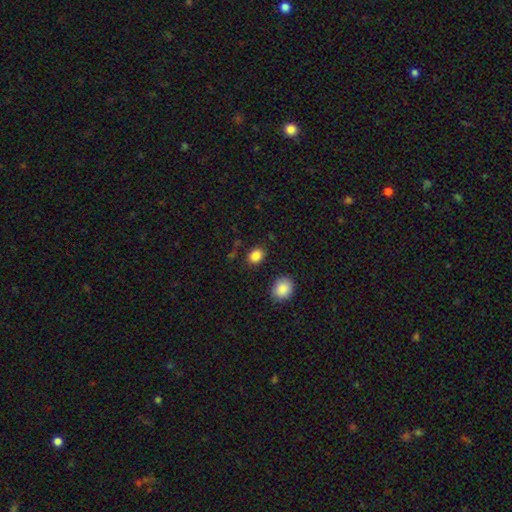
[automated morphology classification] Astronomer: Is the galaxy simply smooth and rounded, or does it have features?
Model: smooth — 87%.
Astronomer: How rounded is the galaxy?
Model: in between — 55% (runner-up: round, 44%).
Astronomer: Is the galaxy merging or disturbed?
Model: none — 85%.